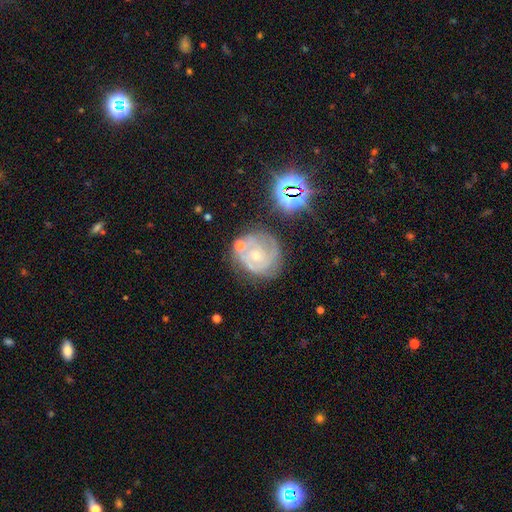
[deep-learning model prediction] smooth-or-featured: featured or disk: 76% | smooth: 14% | star or artifact: 10%
  disk-edge-on: no: 98% | yes: 2%
    bar: no: 76% | weak: 20% | strong: 4%
    has-spiral-arms: yes: 88% | no: 12%
      spiral-winding: tight: 63% | medium: 30% | loose: 7%
      spiral-arm-count: can't tell: 32% | 2: 28% | 3: 25% | 4: 6% | 1: 5% | more than 4: 4%
    bulge-size: small: 62% | moderate: 34% | none: 2% | large: 1% | dominant: 1%
  merging: none: 62% | minor disturbance: 21% | major disturbance: 9% | merger: 8%